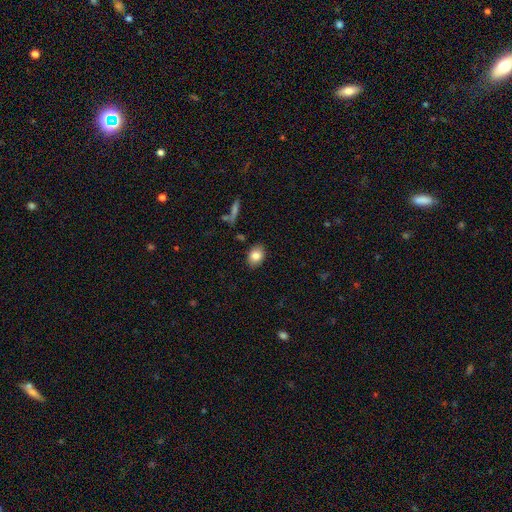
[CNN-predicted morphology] Q: Smooth or featured?
A: smooth (82%); runner-up: featured or disk (9%)
Q: How rounded?
A: in between (72%); runner-up: round (27%)
Q: Merging?
A: none (86%); runner-up: minor disturbance (10%)